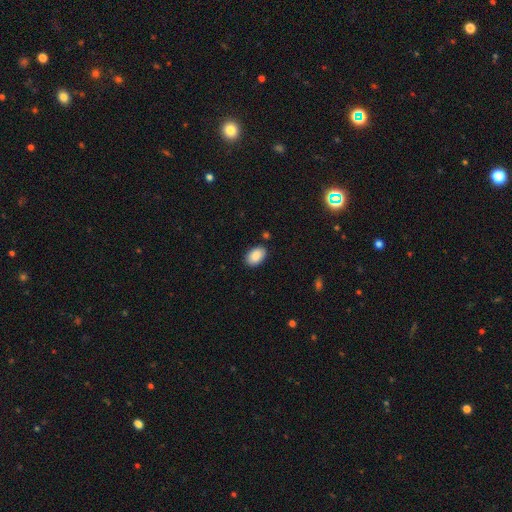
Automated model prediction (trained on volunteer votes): smooth_or_featured: smooth (p=0.89) [alt: star or artifact p=0.07]
how_rounded: in between (p=0.91) [alt: round p=0.08]
merging: none (p=0.85) [alt: minor disturbance p=0.11]